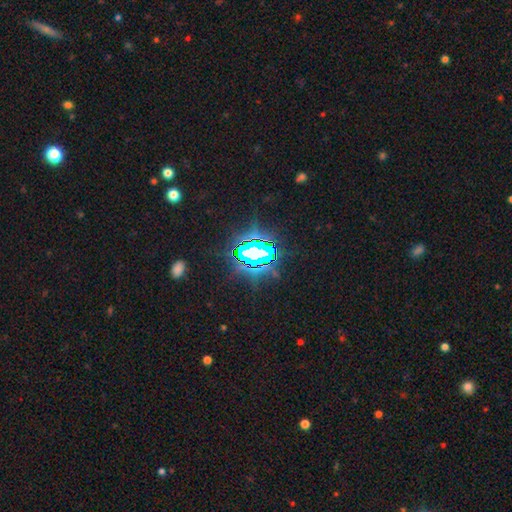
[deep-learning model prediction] Smooth or featured: star or artifact — 77% (featured or disk — 12%)